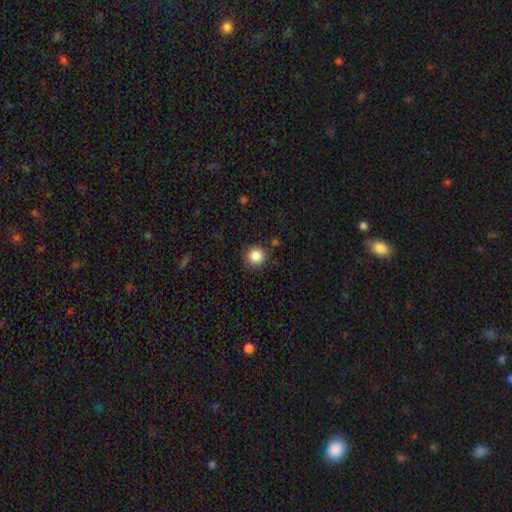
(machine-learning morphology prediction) This is clearly a smooth galaxy (86%). How rounded: clearly round (94%). Merging: clearly none (88%).